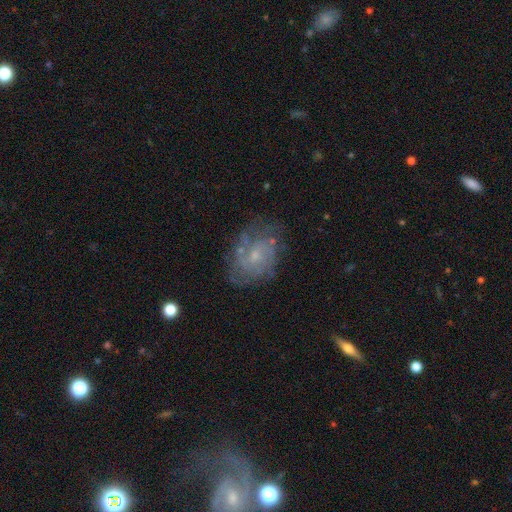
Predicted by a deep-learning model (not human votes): Q: Smooth or featured?
A: featured or disk (68%); runner-up: smooth (22%)
Q: Edge-on disk?
A: no (97%); runner-up: yes (3%)
Q: Bar?
A: no (77%); runner-up: weak (21%)
Q: Spiral arms?
A: yes (75%); runner-up: no (25%)
Q: Bulge size?
A: small (72%); runner-up: moderate (19%)
Q: Merging?
A: none (62%); runner-up: minor disturbance (22%)